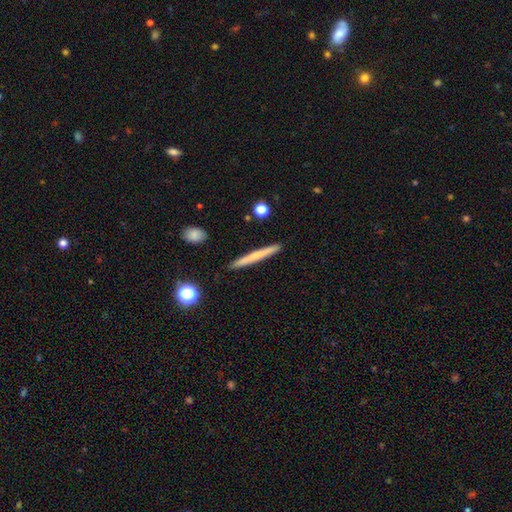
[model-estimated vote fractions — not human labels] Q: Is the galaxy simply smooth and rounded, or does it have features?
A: smooth — 57%.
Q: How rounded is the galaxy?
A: cigar-shaped — 96%.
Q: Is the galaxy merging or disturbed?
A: none — 91%.